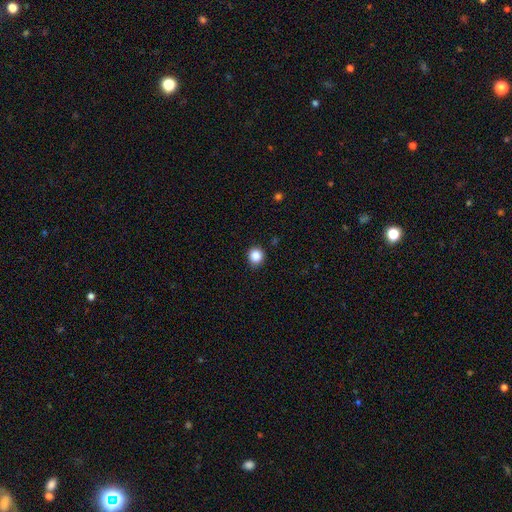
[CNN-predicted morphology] Overall: smooth (87%). How rounded: round (89%). Merging: none (90%).